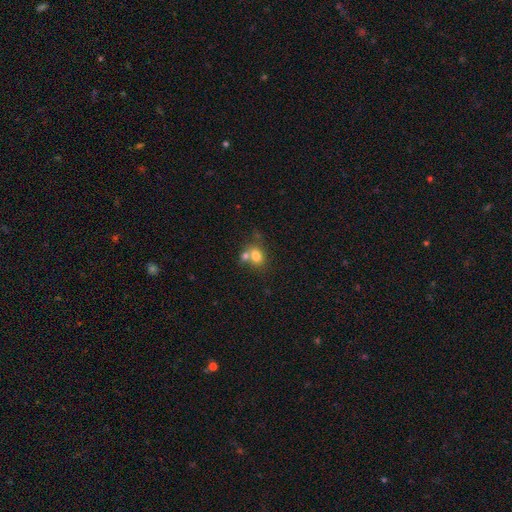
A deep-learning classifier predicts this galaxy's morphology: This appears to be a smooth galaxy with no disk features (76%) that is in between round and cigar-shaped (50%). Merging: merger (46%).